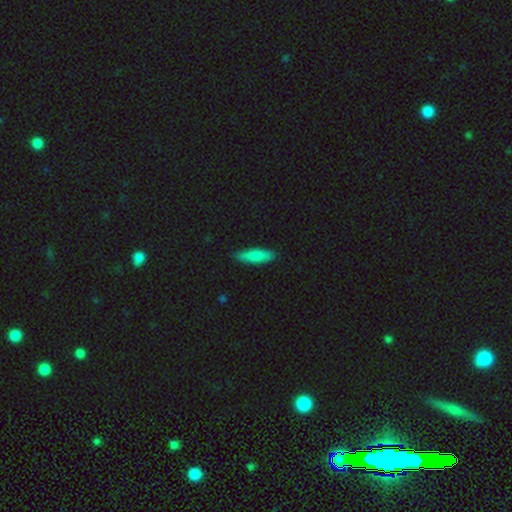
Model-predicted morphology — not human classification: Smooth or featured?
  - smooth: 79% *
  - featured or disk: 15%
  - star or artifact: 6%
How rounded?
  - cigar-shaped: 56% *
  - in between: 42%
  - round: 2%
Merging?
  - none: 85% *
  - minor disturbance: 12%
  - major disturbance: 2%
  - merger: 1%